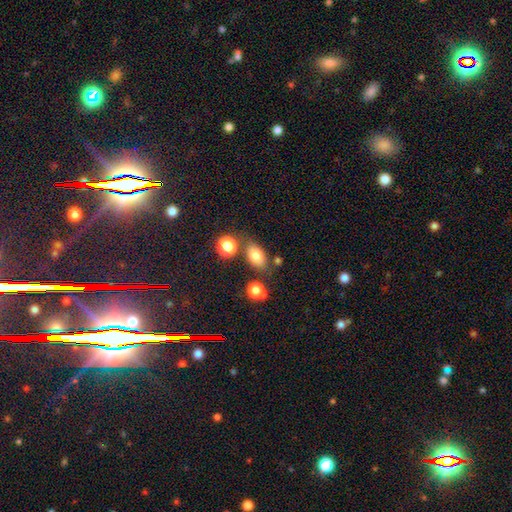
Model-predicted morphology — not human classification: A smooth galaxy with no disk features (81%) that is in between round and cigar-shaped (82%). Merging: none (71%).